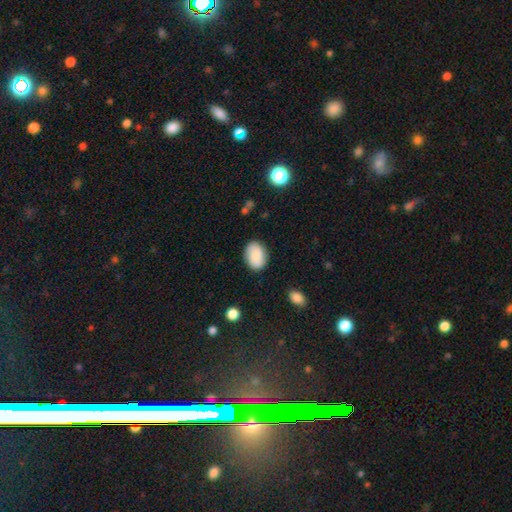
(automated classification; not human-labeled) Morphology: type=smooth (77%); roundness=in between (75%); merging=none (84%).